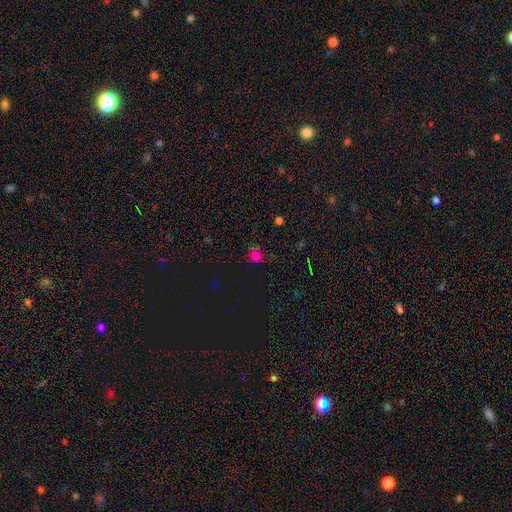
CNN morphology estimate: smooth_or_featured: smooth (p=0.68) [alt: star or artifact p=0.26]
how_rounded: round (p=0.89) [alt: in between p=0.10]
merging: none (p=0.78) [alt: minor disturbance p=0.15]